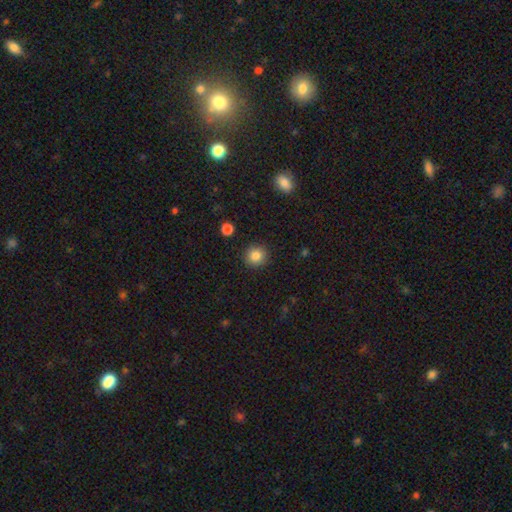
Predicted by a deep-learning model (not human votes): smooth-or-featured: smooth: 85% | star or artifact: 10% | featured or disk: 5%
  how-rounded: round: 91% | in between: 8% | cigar-shaped: 1%
  merging: none: 91% | minor disturbance: 6% | major disturbance: 2% | merger: 1%